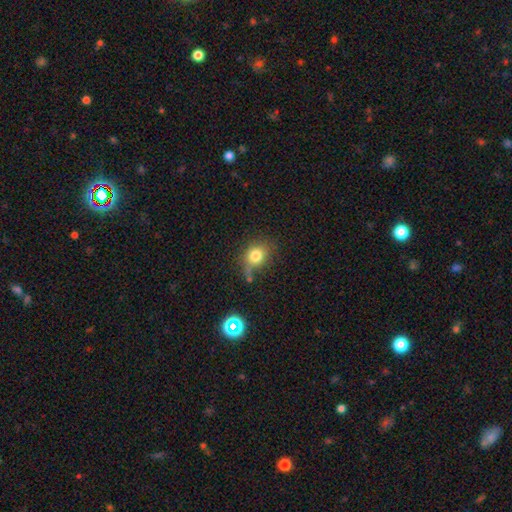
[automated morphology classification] This appears to be a smooth galaxy with no disk features (79%) that is round (65%). Merging: none (57%).